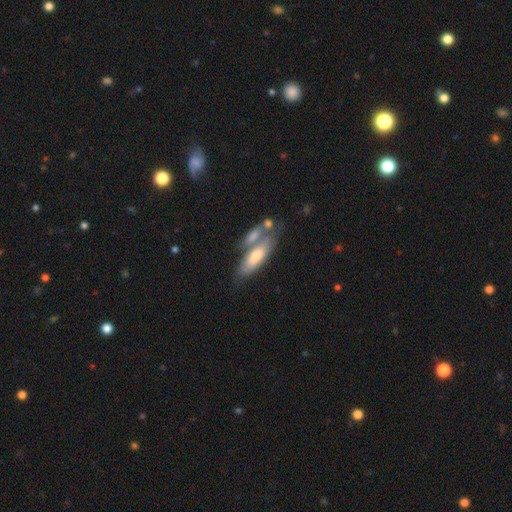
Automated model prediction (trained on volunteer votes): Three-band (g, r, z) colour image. It shows a smooth galaxy with no disk features (63%) that is in between round and cigar-shaped (57%). Merging: merger (40%).